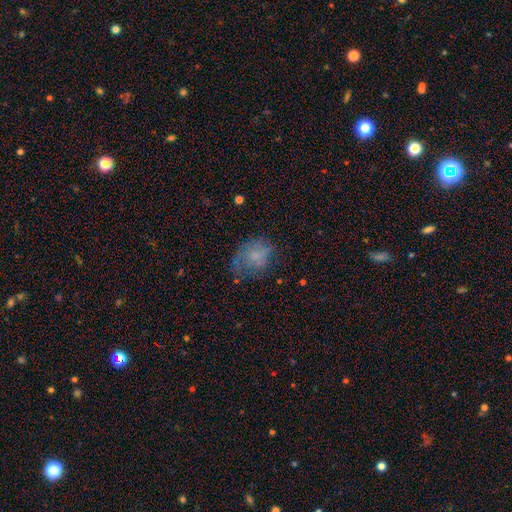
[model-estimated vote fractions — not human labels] Q: Smooth or featured?
A: smooth (51%); runner-up: featured or disk (36%)
Q: How rounded?
A: in between (54%); runner-up: round (45%)
Q: Merging?
A: none (46%); runner-up: minor disturbance (27%)